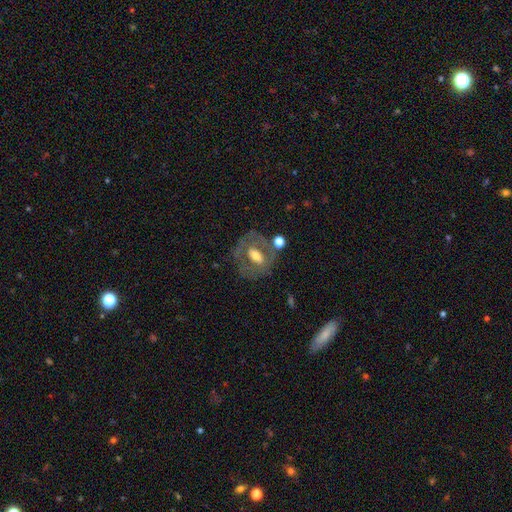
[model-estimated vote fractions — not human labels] Morphology: type=featured or disk (56%); edge-on=no (90%); bar=no (45%); spiral arms=no (78%); bulge=moderate (60%); merging=none (59%).